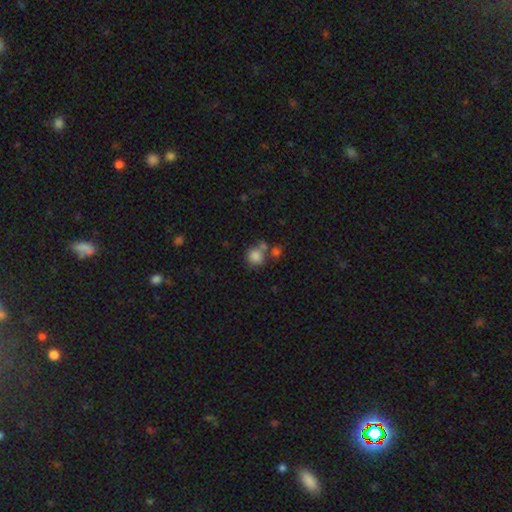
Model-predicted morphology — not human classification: smooth 82%, star or artifact 11%, featured or disk 8%. Down the decision tree: how rounded — round (84%); merging — none (49%).